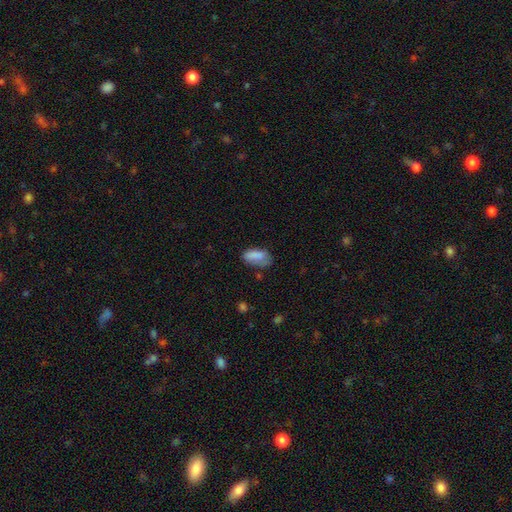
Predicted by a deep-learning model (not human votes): Overall: smooth (81%). How rounded: in between (88%). Merging: none (52%; minor disturbance 31%).